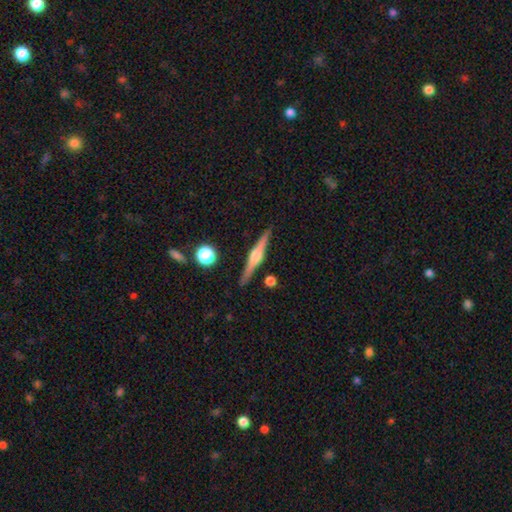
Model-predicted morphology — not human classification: Smooth or featured? featured or disk (79%)
Edge-on disk? yes (98%)
Edge-on bulge? rounded (84%)
Merging? none (90%)